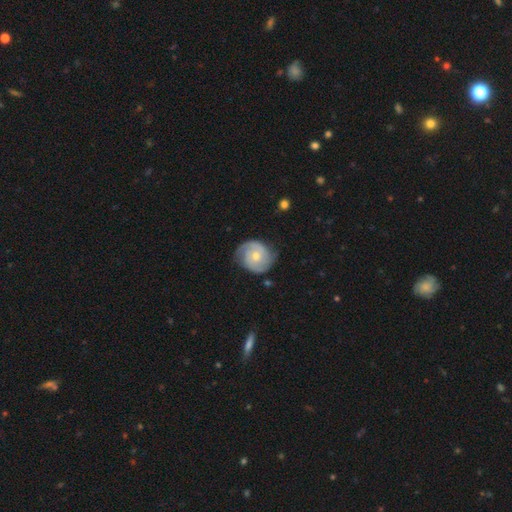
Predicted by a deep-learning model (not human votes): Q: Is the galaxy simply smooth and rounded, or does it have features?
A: featured or disk — 73%.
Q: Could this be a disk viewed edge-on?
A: no — 98%.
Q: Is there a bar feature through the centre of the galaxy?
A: no — 70%.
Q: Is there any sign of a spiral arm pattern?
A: yes — 92%.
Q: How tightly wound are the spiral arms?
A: tight — 55%.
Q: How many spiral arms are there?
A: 2 — 68%.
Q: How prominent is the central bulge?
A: moderate — 57%.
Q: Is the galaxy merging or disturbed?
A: none — 71%.